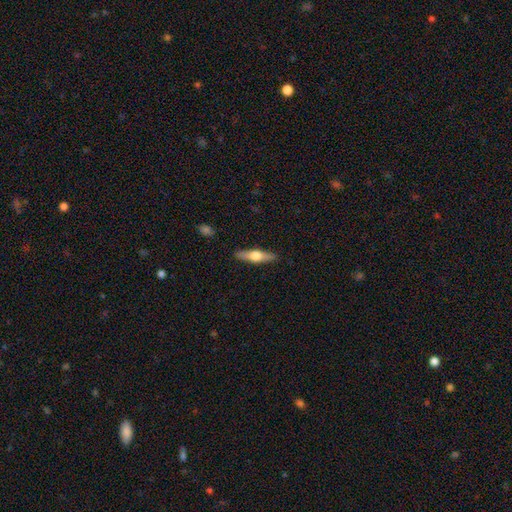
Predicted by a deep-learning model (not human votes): The model was most divided on "smooth or featured": featured or disk: 51%, smooth: 43%, star or artifact: 6%. More confident: edge-on disk — yes (94%); merging — none (90%).